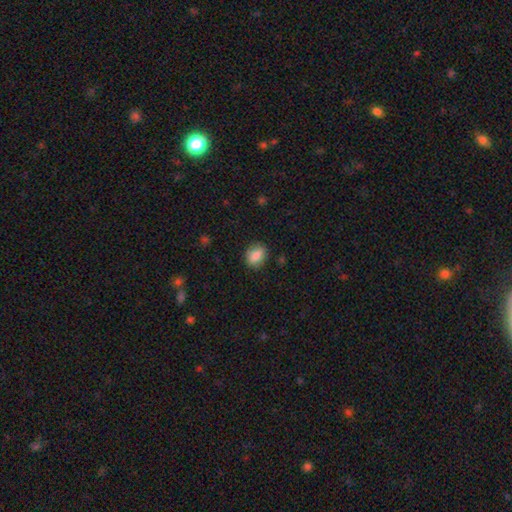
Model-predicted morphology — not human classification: smooth_or_featured: smooth (p=0.84) [alt: featured or disk p=0.08]
how_rounded: in between (p=0.63) [alt: round p=0.35]
merging: none (p=0.83) [alt: minor disturbance p=0.13]